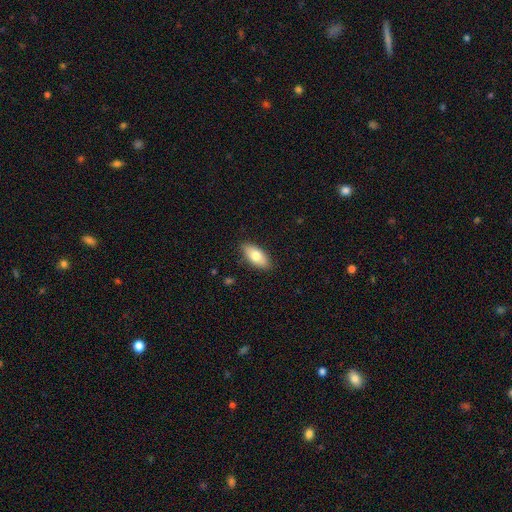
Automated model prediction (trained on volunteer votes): A smooth galaxy with no disk features (77%) that is in between round and cigar-shaped (88%).

Vote fractions:
- Smooth or featured? smooth: 77% / featured or disk: 17% / star or artifact: 6%
- How rounded? in between: 88% / cigar-shaped: 9% / round: 3%
- Merging? none: 87% / minor disturbance: 10% / major disturbance: 2% / merger: 1%